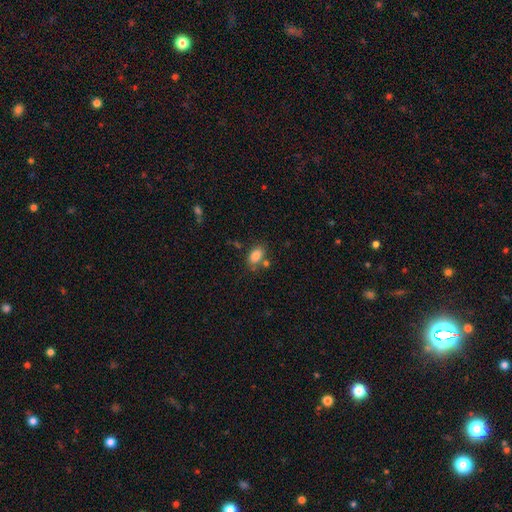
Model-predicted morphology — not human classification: smooth_or_featured: smooth (p=0.84) [alt: star or artifact p=0.09]
how_rounded: in between (p=0.88) [alt: round p=0.10]
merging: none (p=0.67) [alt: minor disturbance p=0.16]